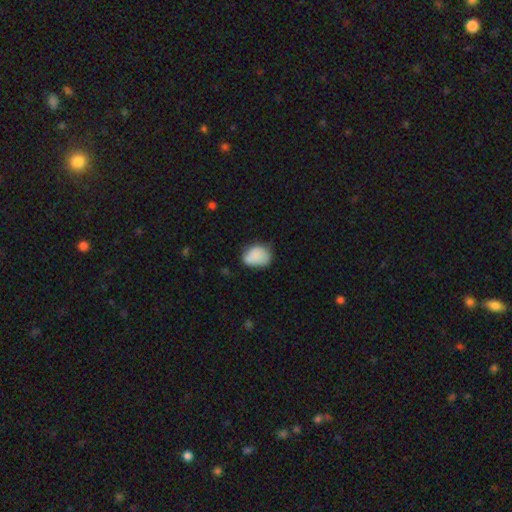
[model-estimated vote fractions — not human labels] A smooth galaxy with no disk features (83%) that is in between round and cigar-shaped (63%). Merging: none (53%).